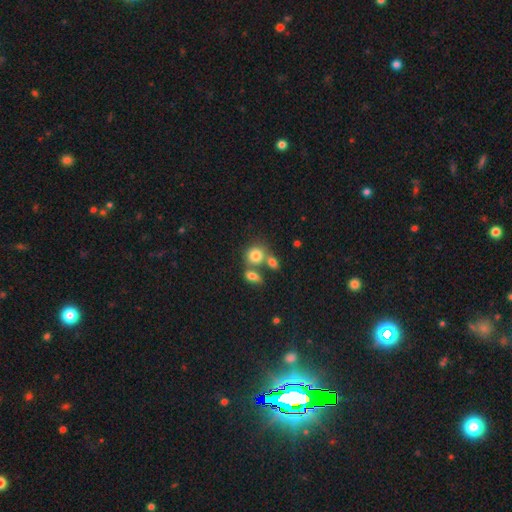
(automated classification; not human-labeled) The model was most divided on "merging": none: 47%, merger: 37%, minor disturbance: 10%, major disturbance: 5%. More confident: smooth or featured — smooth (79%); how rounded — round (73%).